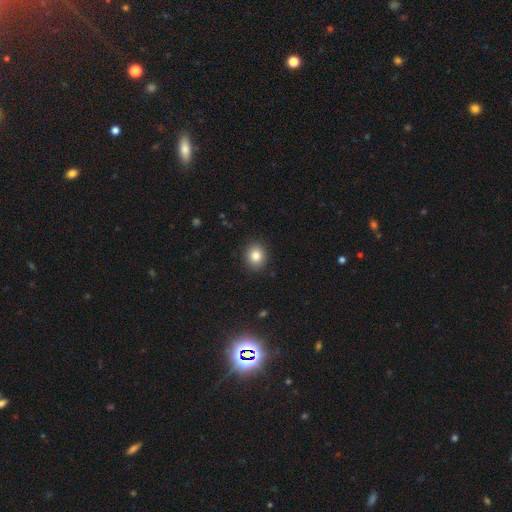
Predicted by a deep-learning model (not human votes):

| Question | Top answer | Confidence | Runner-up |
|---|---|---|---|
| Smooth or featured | smooth | 84% | star or artifact (10%) |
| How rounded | round | 73% | in between (26%) |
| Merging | none | 90% | minor disturbance (7%) |